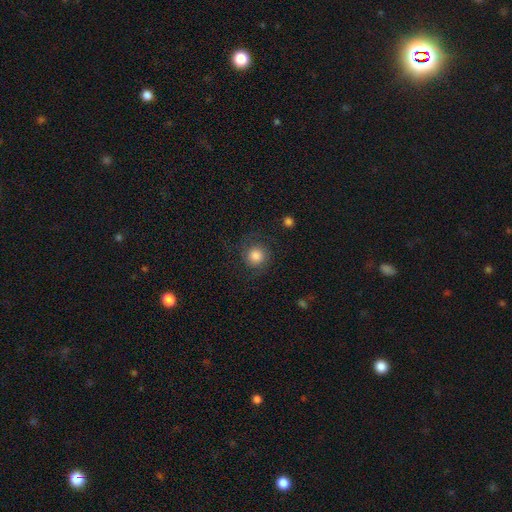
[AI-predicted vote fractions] smooth-or-featured: smooth: 76% | featured or disk: 15% | star or artifact: 9%
  how-rounded: round: 92% | in between: 7% | cigar-shaped: 1%
  merging: none: 77% | minor disturbance: 13% | major disturbance: 9% | merger: 2%